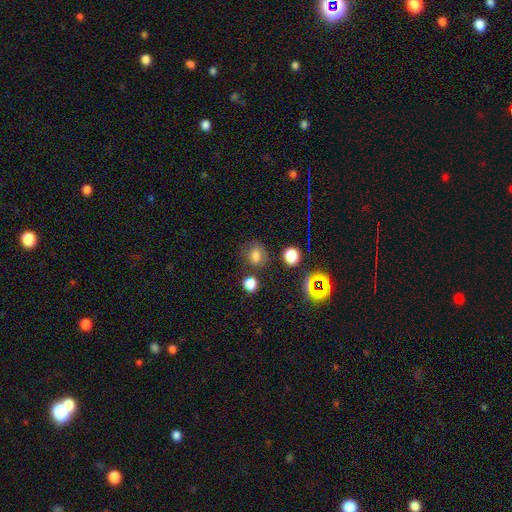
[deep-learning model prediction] This is likely a smooth galaxy (73%). How rounded: likely round (68%). Merging: likely none (67%).